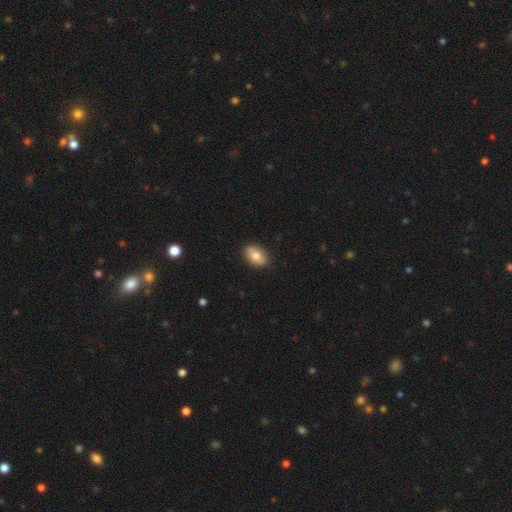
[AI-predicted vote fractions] This is clearly a smooth galaxy (81%). How rounded: clearly in between (88%). Merging: clearly none (89%).